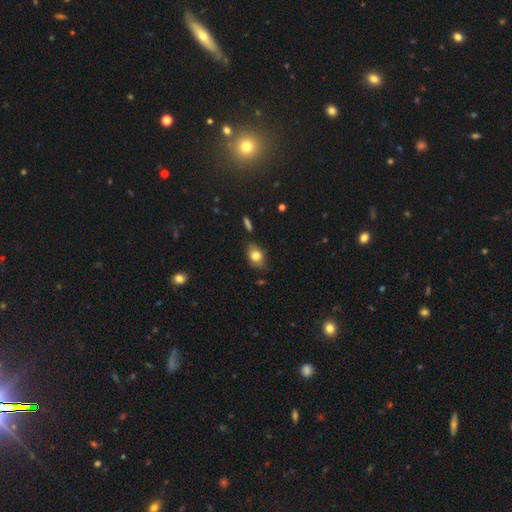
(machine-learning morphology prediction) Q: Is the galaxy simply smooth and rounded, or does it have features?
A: smooth — 80%.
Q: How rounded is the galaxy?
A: in between — 77%.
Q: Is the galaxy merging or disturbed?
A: none — 76%.